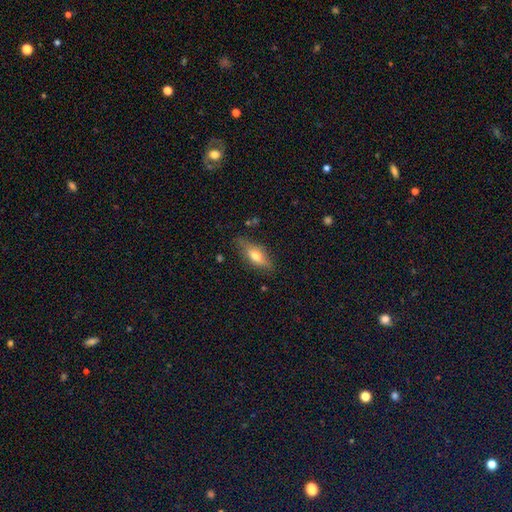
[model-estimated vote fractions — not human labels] A smooth galaxy with no disk features (56%) that is in between round and cigar-shaped (66%).

Vote fractions:
- Smooth or featured? smooth: 56% / featured or disk: 37% / star or artifact: 8%
- How rounded? in between: 66% / cigar-shaped: 30% / round: 4%
- Merging? none: 74% / minor disturbance: 19% / major disturbance: 5% / merger: 2%